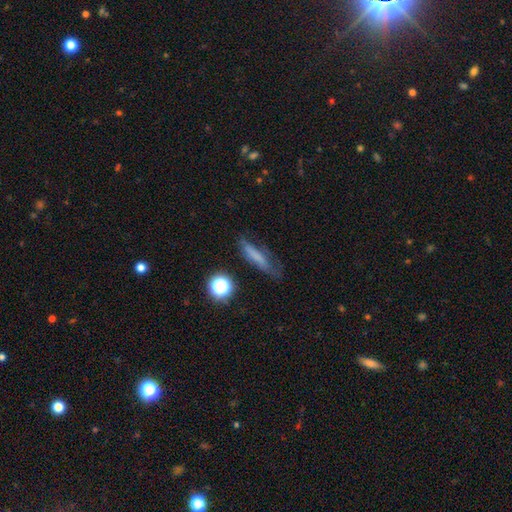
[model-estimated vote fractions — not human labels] The model was most divided on "merging": none: 62%, minor disturbance: 24%, major disturbance: 11%, merger: 3%. More confident: how rounded — cigar-shaped (75%); smooth or featured — smooth (64%).